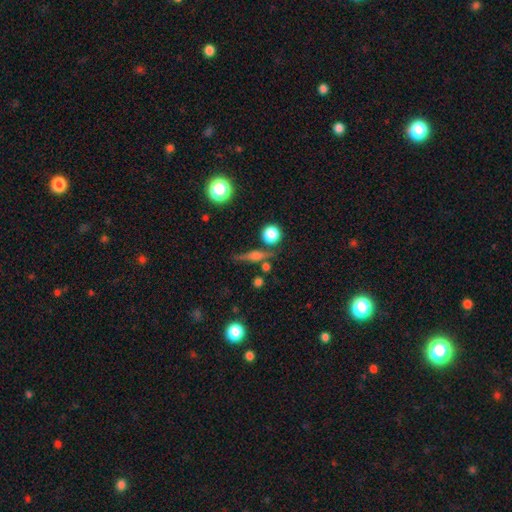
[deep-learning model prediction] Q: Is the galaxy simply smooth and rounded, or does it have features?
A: featured or disk — 50%.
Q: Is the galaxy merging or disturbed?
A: none — 76%.